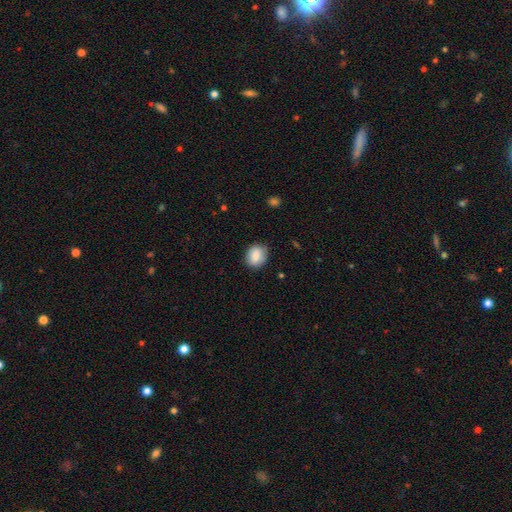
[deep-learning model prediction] Overall: smooth (82%). How rounded: round (55%; in between 44%). Merging: none (82%).